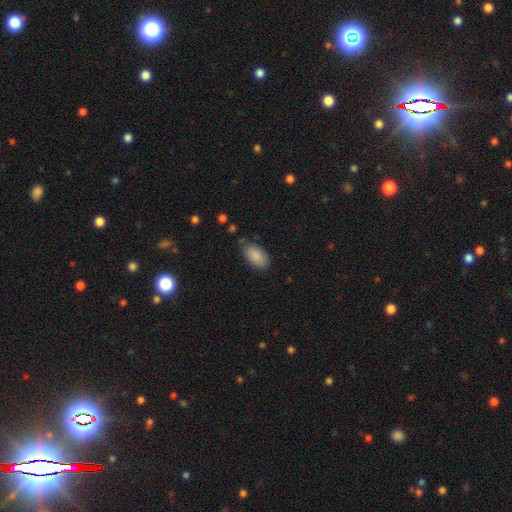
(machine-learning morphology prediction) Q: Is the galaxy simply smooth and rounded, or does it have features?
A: smooth — 88%.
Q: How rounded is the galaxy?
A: in between — 94%.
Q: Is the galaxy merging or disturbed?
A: none — 73%.